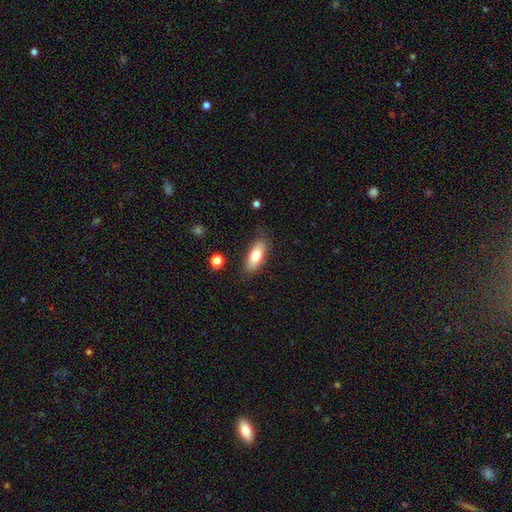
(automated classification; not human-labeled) Smooth or featured?
  - smooth: 77% *
  - featured or disk: 17%
  - star or artifact: 6%
How rounded?
  - in between: 75% *
  - cigar-shaped: 23%
  - round: 2%
Merging?
  - none: 82% *
  - minor disturbance: 13%
  - major disturbance: 3%
  - merger: 2%